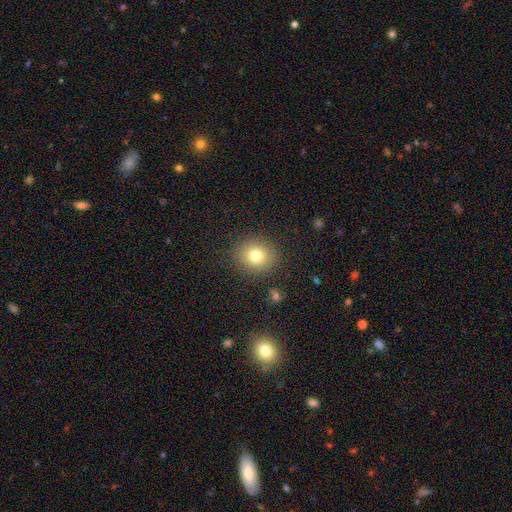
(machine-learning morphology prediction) smooth-or-featured: smooth: 79% | star or artifact: 12% | featured or disk: 10%
  how-rounded: round: 76% | in between: 23% | cigar-shaped: 1%
  merging: none: 87% | minor disturbance: 8% | major disturbance: 3% | merger: 2%